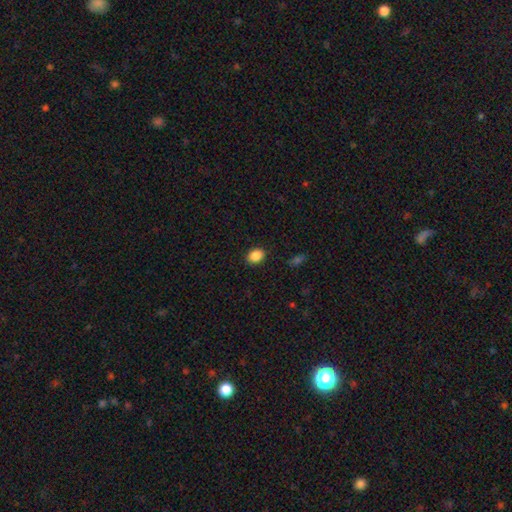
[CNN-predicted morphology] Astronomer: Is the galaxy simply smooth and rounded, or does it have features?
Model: smooth — 88%.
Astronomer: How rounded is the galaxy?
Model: in between — 64%.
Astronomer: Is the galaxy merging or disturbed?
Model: none — 89%.